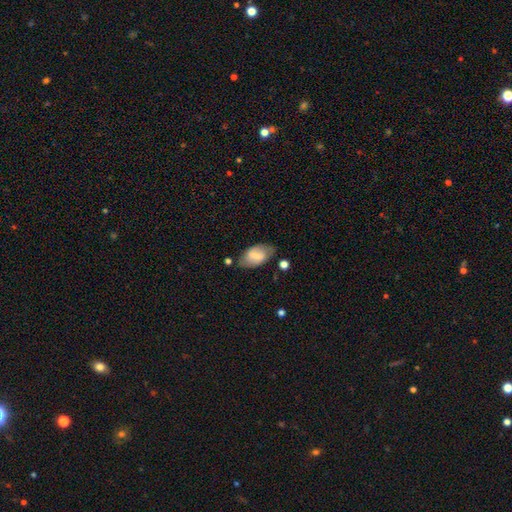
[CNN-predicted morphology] smooth_or_featured: smooth (p=0.60) [alt: featured or disk p=0.33]
how_rounded: in between (p=0.93) [alt: round p=0.05]
merging: none (p=0.71) [alt: minor disturbance p=0.19]